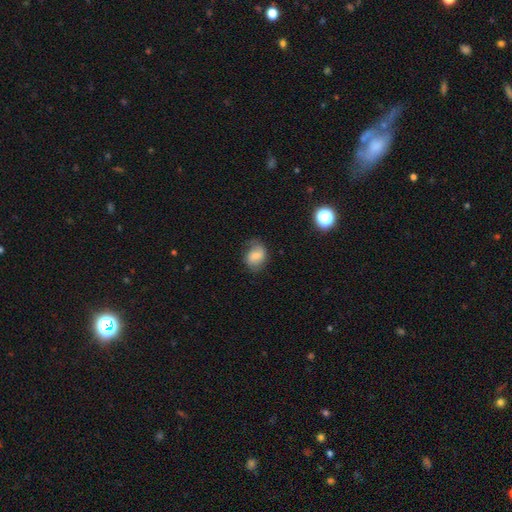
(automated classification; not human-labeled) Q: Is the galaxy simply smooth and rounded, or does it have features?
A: smooth — 63%.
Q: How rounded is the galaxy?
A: in between — 59%.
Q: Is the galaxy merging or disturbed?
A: none — 61%.